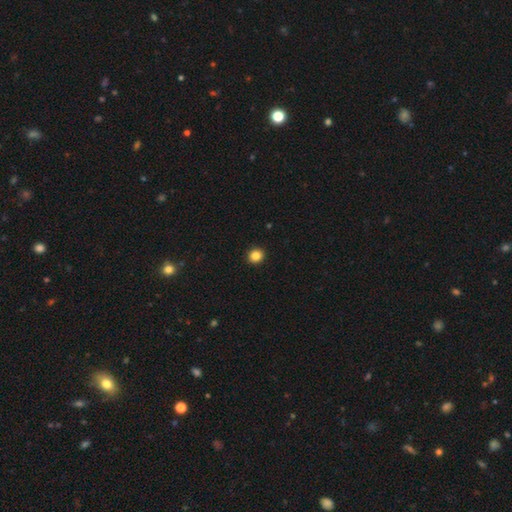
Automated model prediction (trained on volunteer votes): smooth 85%, star or artifact 11%, featured or disk 4%. Down the decision tree: how rounded — round (91%); merging — none (94%).